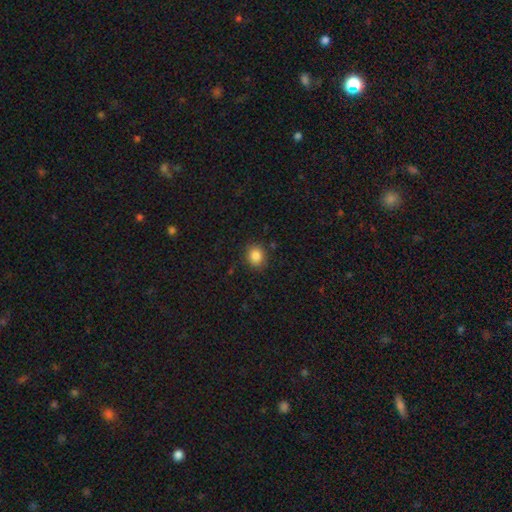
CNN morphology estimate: Overall: smooth (85%). How rounded: round (73%). Merging: none (86%).